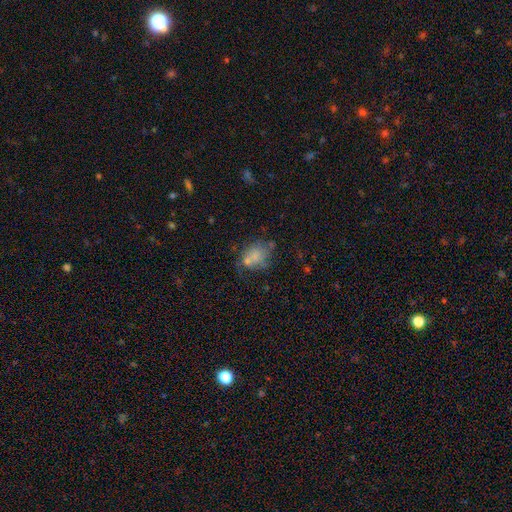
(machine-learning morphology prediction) This is likely a smooth galaxy (63%). How rounded: likely in between (65%). Merging: marginally none (36%).